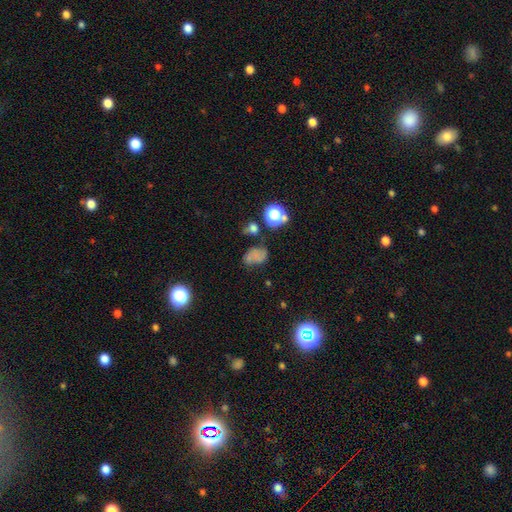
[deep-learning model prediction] This appears to be a smooth galaxy with no disk features (53%) that is in between round and cigar-shaped (69%). Merging: none (46%).